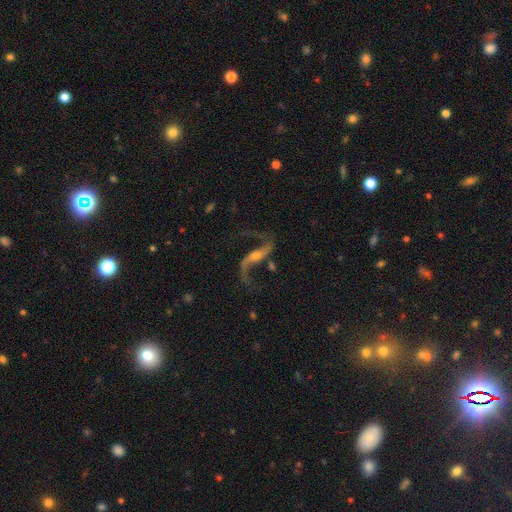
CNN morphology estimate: Overall: featured or disk (90%). Edge-on disk: no (93%). Bar: strong (39%; weak 32%). Spiral arms: yes (97%). Spiral arm count: 2 (93%). Spiral winding: loose (86%). Bulge size: small (46%; moderate 41%). Merging: none (72%).